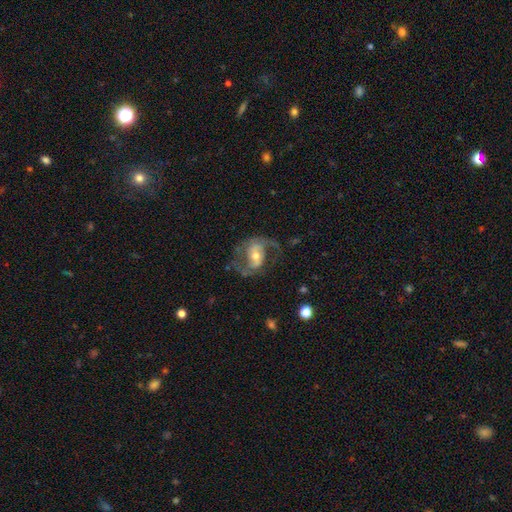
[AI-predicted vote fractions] A featured or disk galaxy (81%) with a weak bar (41%), 2 (87%) medium (50%) spiral arms (90%) and a moderate central bulge (59%).

Vote fractions:
- Smooth or featured? featured or disk: 81% / smooth: 12% / star or artifact: 6%
- Edge-on disk? no: 97% / yes: 3%
- Bar? weak: 41% / no: 37% / strong: 22%
- Spiral arms? yes: 90% / no: 10%
- Spiral winding? medium: 50% / loose: 36% / tight: 14%
- Spiral arm count? 2: 87% / can't tell: 5% / 1: 5% / 3: 1% / 4: 1% / more than 4: 1%
- Bulge size? moderate: 59% / small: 32% / large: 6% / none: 2% / dominant: 1%
- Merging? none: 63% / major disturbance: 18% / minor disturbance: 16% / merger: 2%